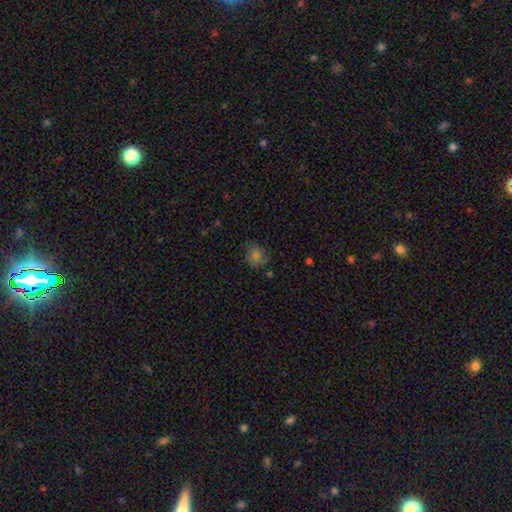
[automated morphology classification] This is likely a smooth galaxy (62%). How rounded: likely round (69%). Merging: likely none (63%).